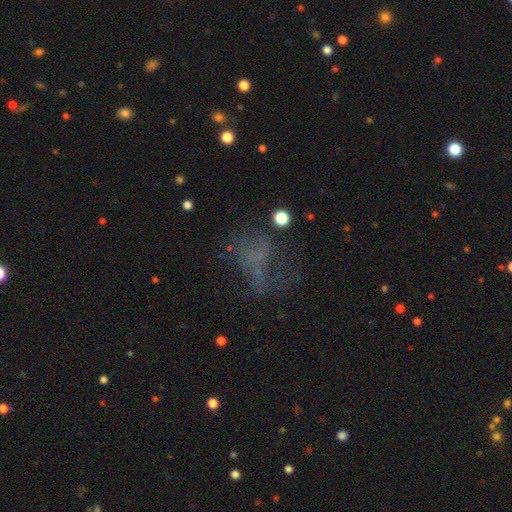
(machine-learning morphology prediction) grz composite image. It shows a smooth galaxy with no disk features (36%). Merging: major disturbance (40%).